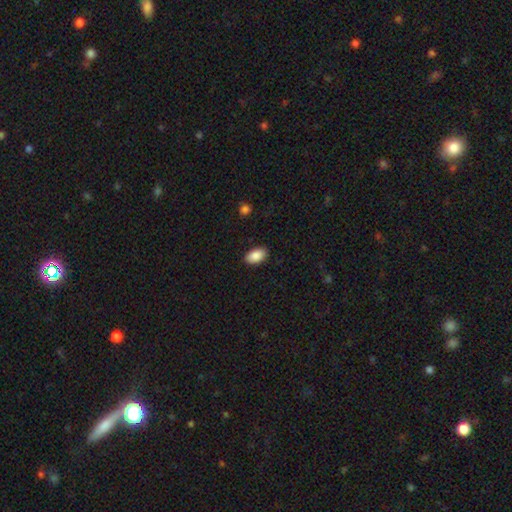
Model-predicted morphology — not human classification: This is clearly a smooth galaxy (89%). How rounded: clearly in between (94%). Merging: clearly none (88%).